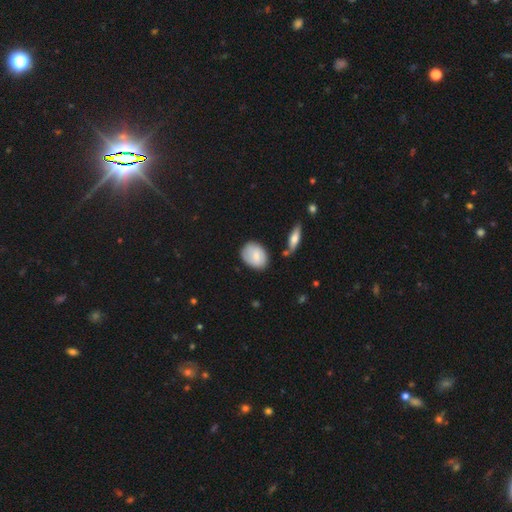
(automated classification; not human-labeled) smooth 74%, featured or disk 20%, star or artifact 6%. Down the decision tree: how rounded — in between (74%); merging — none (67%).